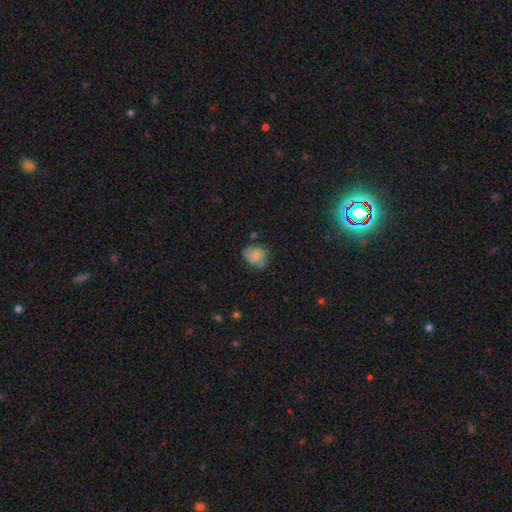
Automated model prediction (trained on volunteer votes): Smooth or featured? Predicted: smooth (p=0.64). How rounded? Predicted: round (p=0.69). Merging? Predicted: none (p=0.63).